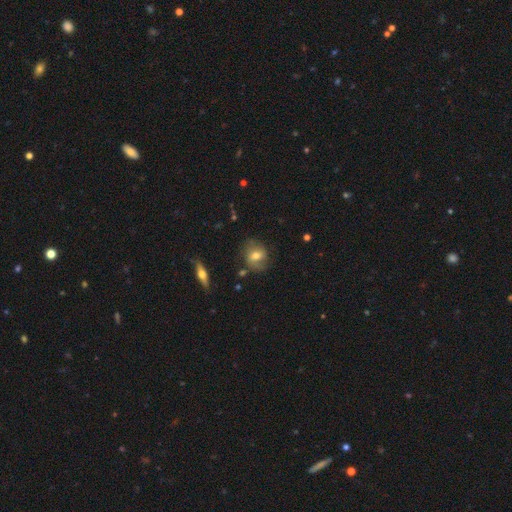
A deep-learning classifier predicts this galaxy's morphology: smooth-or-featured: smooth: 49% | featured or disk: 42% | star or artifact: 9%
  merging: none: 70% | minor disturbance: 20% | major disturbance: 7% | merger: 3%